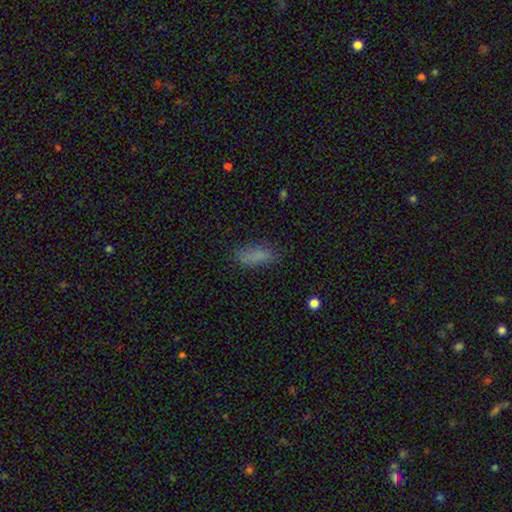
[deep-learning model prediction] The model was most divided on "how rounded": in between: 73%, cigar-shaped: 24%, round: 3%. More confident: smooth or featured — smooth (81%); merging — none (73%).